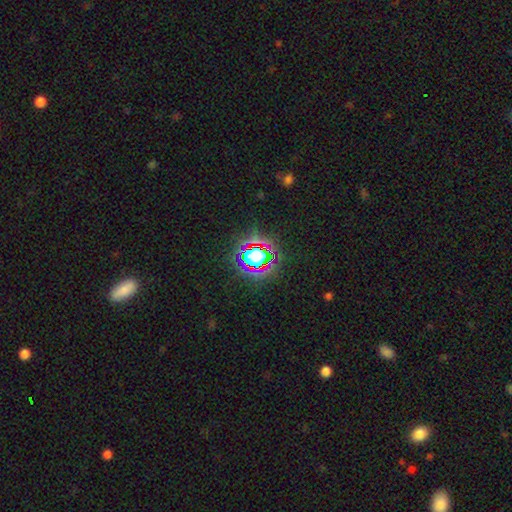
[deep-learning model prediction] Q: Smooth or featured?
A: star or artifact (69%); runner-up: smooth (20%)